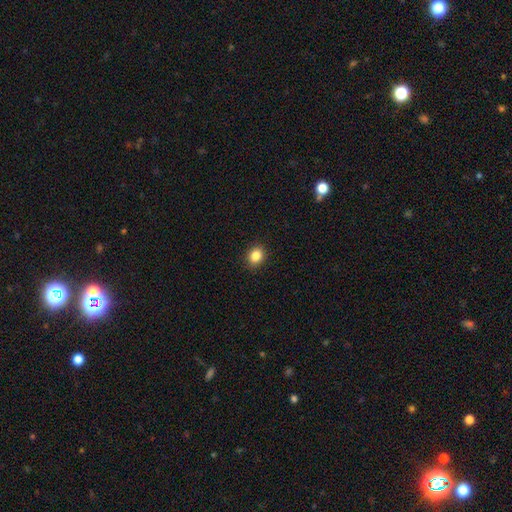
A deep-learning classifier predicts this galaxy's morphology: Q: Smooth or featured?
A: smooth (85%); runner-up: star or artifact (10%)
Q: How rounded?
A: round (62%); runner-up: in between (37%)
Q: Merging?
A: none (91%); runner-up: minor disturbance (6%)